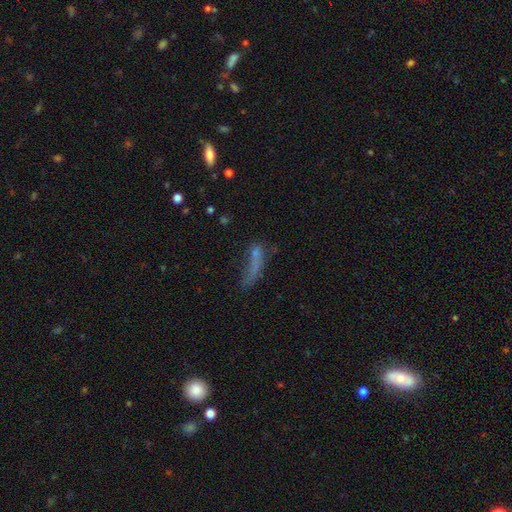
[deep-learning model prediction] Smooth or featured? Predicted: smooth (p=0.55). How rounded? Predicted: cigar-shaped (p=0.58). Merging? Predicted: major disturbance (p=0.38).